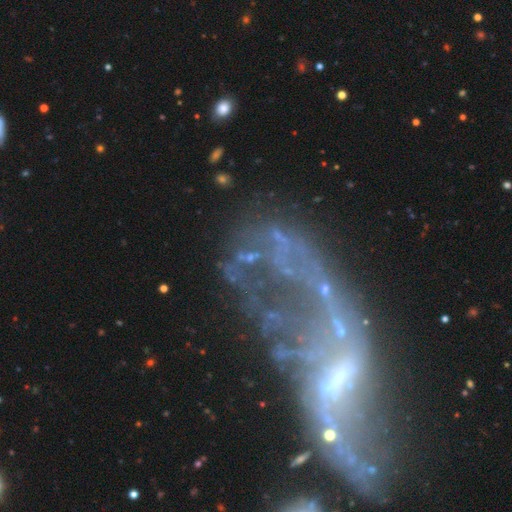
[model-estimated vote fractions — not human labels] This appears to be a featured or disk galaxy (71%) with no bar (41%), no spiral arms (51%) and no central bulge (50%). Merging: major disturbance (46%).